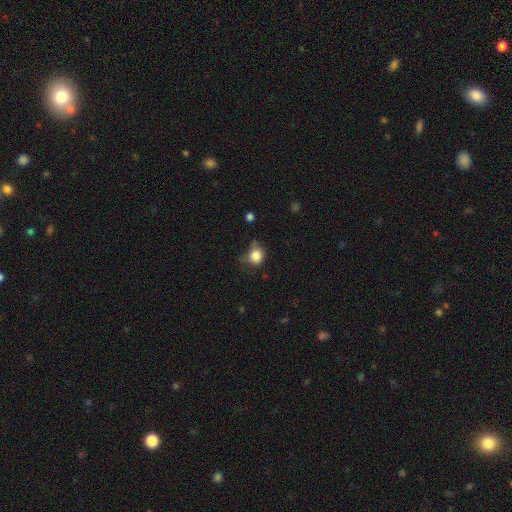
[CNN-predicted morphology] A smooth galaxy with no disk features (83%) that is round (71%). Merging: none (48%).